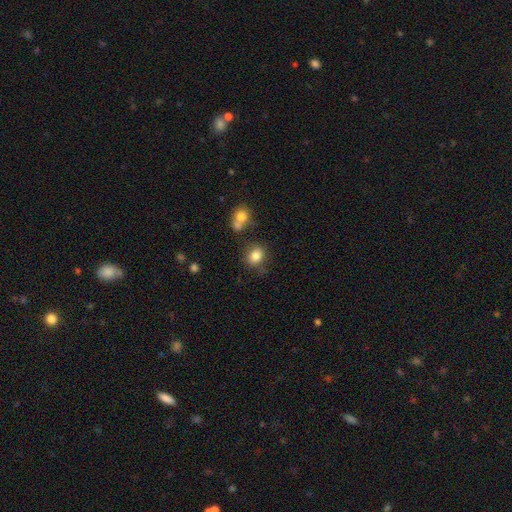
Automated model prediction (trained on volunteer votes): A smooth galaxy with no disk features (83%) that is round (66%).

Vote fractions:
- Smooth or featured? smooth: 83% / star or artifact: 10% / featured or disk: 6%
- How rounded? round: 66% / in between: 33% / cigar-shaped: 1%
- Merging? none: 73% / minor disturbance: 14% / merger: 9% / major disturbance: 5%